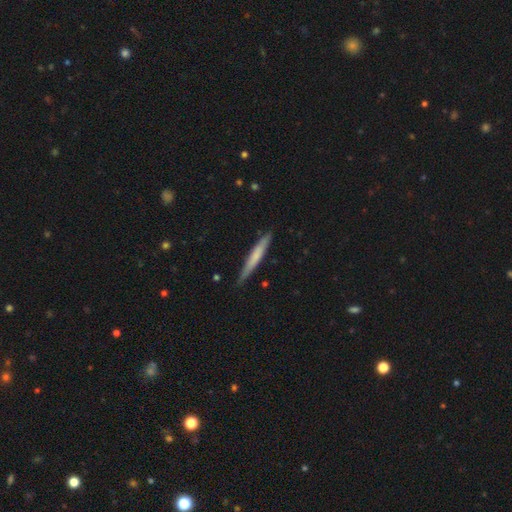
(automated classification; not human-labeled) This is possibly a smooth galaxy (59%). How rounded: clearly cigar-shaped (95%). Merging: clearly none (83%).